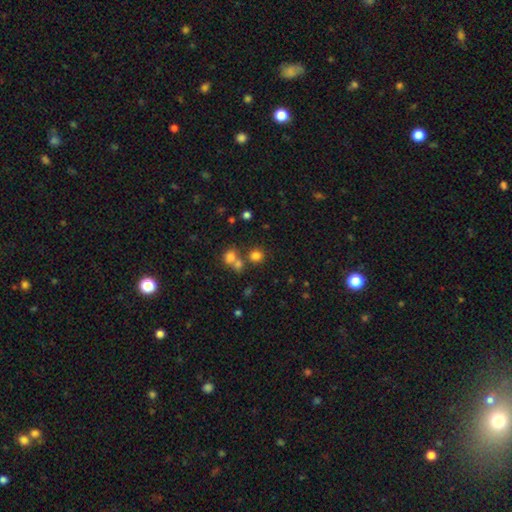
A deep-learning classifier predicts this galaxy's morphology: smooth_or_featured: smooth (p=0.77) [alt: star or artifact p=0.16]
how_rounded: round (p=0.87) [alt: in between p=0.12]
merging: none (p=0.64) [alt: merger p=0.24]